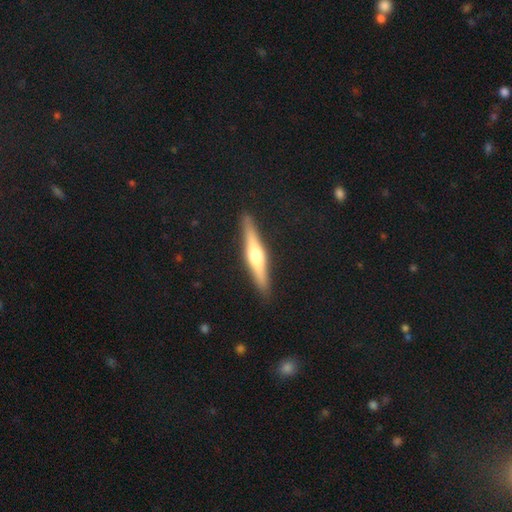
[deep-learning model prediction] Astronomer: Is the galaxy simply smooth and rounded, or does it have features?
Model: featured or disk — 61%.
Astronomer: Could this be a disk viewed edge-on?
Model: yes — 96%.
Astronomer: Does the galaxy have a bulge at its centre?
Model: rounded — 90%.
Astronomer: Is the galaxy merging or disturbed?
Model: none — 89%.